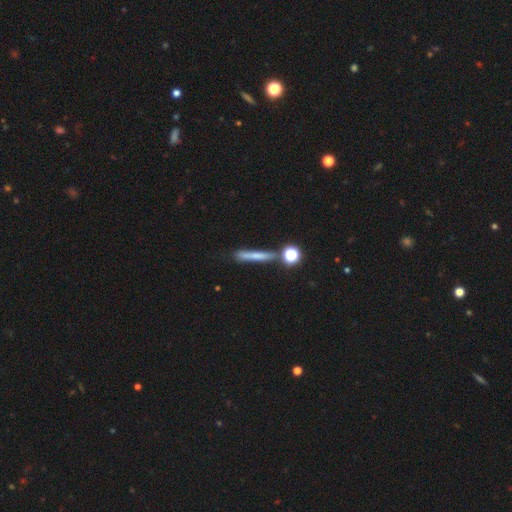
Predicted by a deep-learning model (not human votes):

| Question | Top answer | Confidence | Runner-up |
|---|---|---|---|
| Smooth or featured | smooth | 60% | featured or disk (26%) |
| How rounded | cigar-shaped | 83% | round (9%) |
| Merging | none | 72% | minor disturbance (14%) |